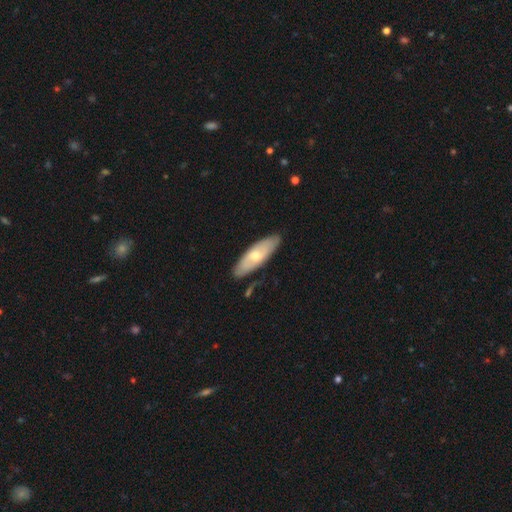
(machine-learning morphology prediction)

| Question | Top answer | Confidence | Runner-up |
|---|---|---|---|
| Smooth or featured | smooth | 55% | featured or disk (40%) |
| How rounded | in between | 58% | cigar-shaped (40%) |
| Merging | none | 83% | minor disturbance (12%) |